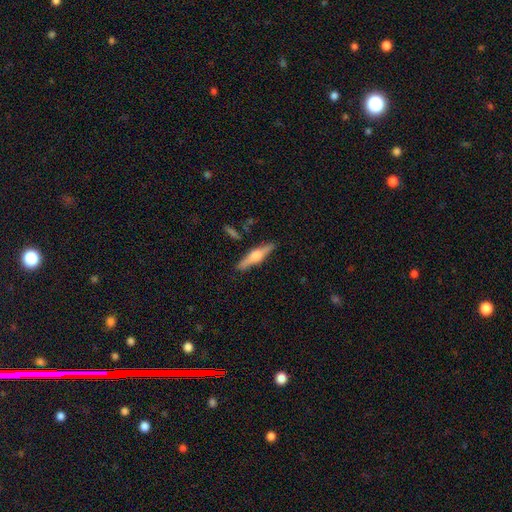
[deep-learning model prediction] Smooth or featured?
  - featured or disk: 67% *
  - smooth: 27%
  - star or artifact: 6%
Edge-on disk?
  - yes: 97% *
  - no: 3%
Edge-on bulge?
  - rounded: 91% *
  - boxy: 7%
  - none: 2%
Merging?
  - none: 88% *
  - minor disturbance: 8%
  - merger: 2%
  - major disturbance: 2%